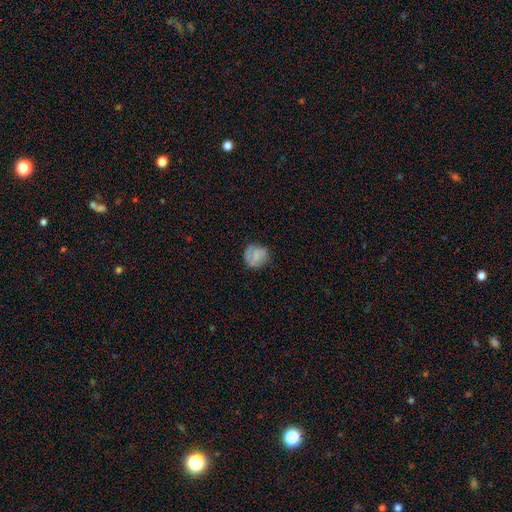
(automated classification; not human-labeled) Q: Smooth or featured?
A: smooth (68%); runner-up: featured or disk (22%)
Q: How rounded?
A: round (81%); runner-up: in between (18%)
Q: Merging?
A: none (68%); runner-up: minor disturbance (22%)